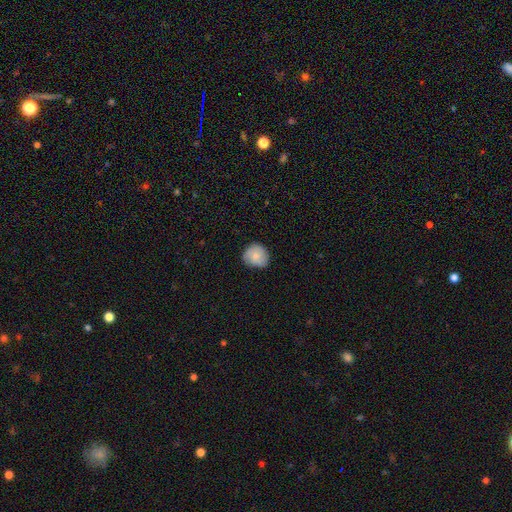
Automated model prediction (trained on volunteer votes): This appears to be a smooth galaxy with no disk features (75%) that is round (83%). Merging: none (75%).